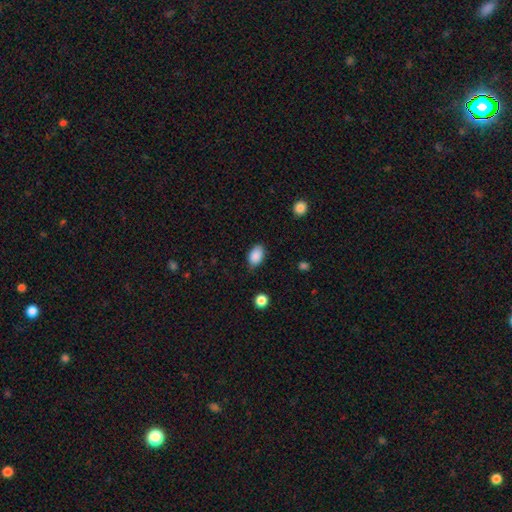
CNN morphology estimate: Smooth or featured: smooth — 88% (star or artifact — 8%)
How rounded: in between — 89% (round — 10%)
Merging: none — 76% (minor disturbance — 19%)